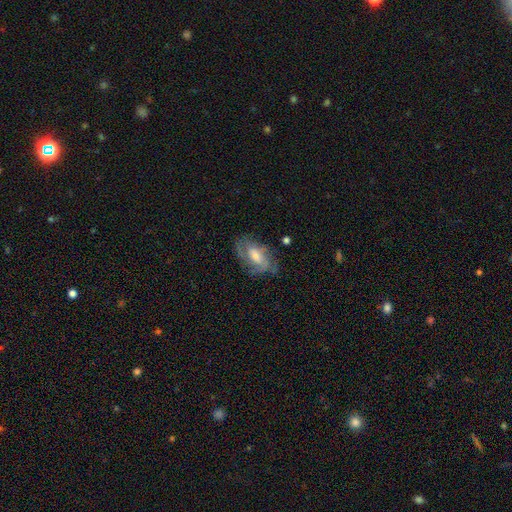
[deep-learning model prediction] Smooth or featured?
  - featured or disk: 72% *
  - smooth: 21%
  - star or artifact: 7%
Edge-on disk?
  - no: 95% *
  - yes: 5%
Bar?
  - weak: 43% * (tied)
  - no: 43% * (tied)
  - strong: 14%
Spiral arms?
  - yes: 88% *
  - no: 12%
Spiral winding?
  - medium: 43% * (tied)
  - tight: 43% * (tied)
  - loose: 14%
Spiral arm count?
  - 2: 46% *
  - can't tell: 27%
  - 3: 16%
  - 1: 5%
  - 4: 4%
  - more than 4: 3%
Bulge size?
  - moderate: 54% *
  - small: 30%
  - large: 10%
  - none: 4%
  - dominant: 1%
Merging?
  - none: 68% *
  - minor disturbance: 21%
  - major disturbance: 9%
  - merger: 2%